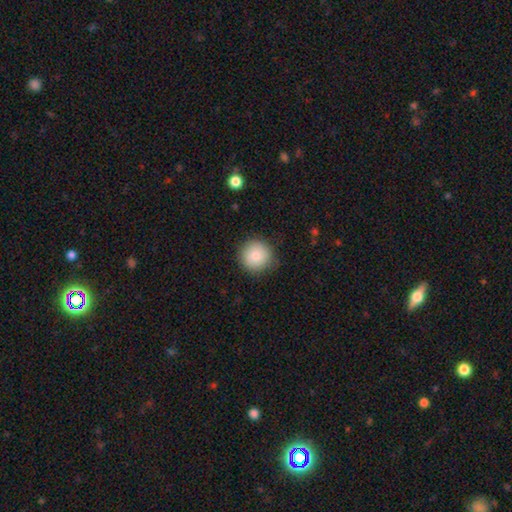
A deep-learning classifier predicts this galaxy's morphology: Smooth or featured: smooth — 84% (star or artifact — 8%)
How rounded: round — 95% (in between — 4%)
Merging: none — 86% (minor disturbance — 10%)